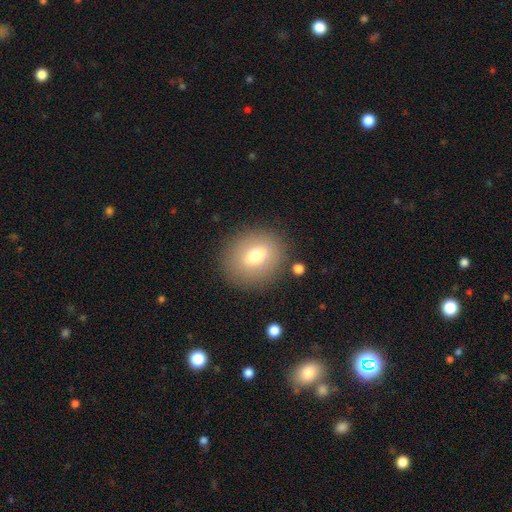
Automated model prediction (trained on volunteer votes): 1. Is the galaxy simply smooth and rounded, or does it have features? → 67% smooth, 23% featured or disk, 10% star or artifact.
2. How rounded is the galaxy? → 70% round, 29% in between, 1% cigar-shaped.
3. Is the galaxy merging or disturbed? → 82% none, 10% minor disturbance, 5% major disturbance, 3% merger.